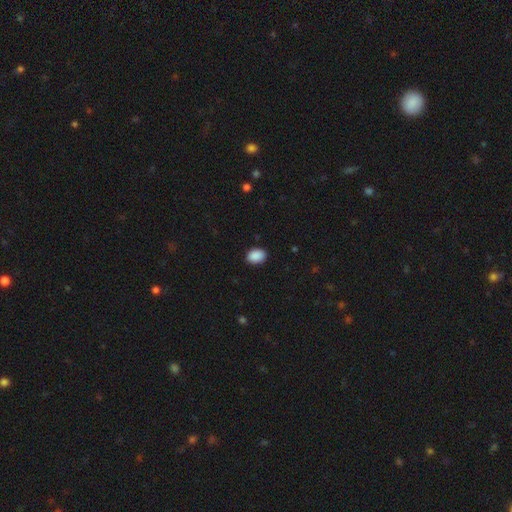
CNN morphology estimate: smooth_or_featured: smooth (p=0.90) [alt: star or artifact p=0.08]
how_rounded: in between (p=0.77) [alt: round p=0.22]
merging: none (p=0.89) [alt: minor disturbance p=0.08]